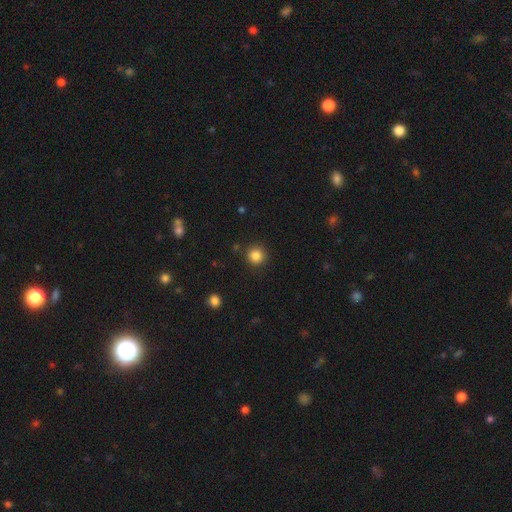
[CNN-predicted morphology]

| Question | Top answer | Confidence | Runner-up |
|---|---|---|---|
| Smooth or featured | smooth | 85% | star or artifact (11%) |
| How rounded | round | 95% | in between (4%) |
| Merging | none | 91% | minor disturbance (6%) |